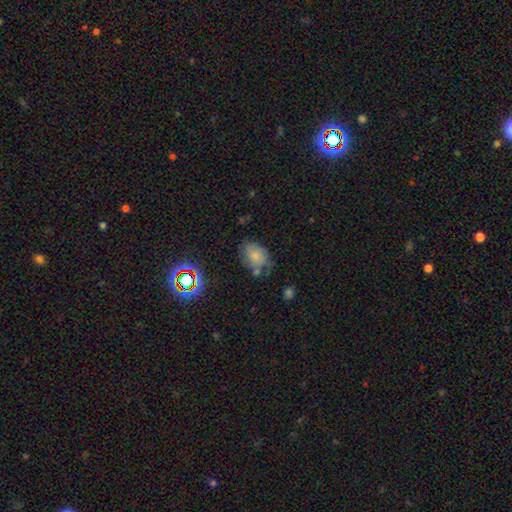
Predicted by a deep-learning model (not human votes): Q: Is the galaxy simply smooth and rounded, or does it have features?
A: smooth — 69%.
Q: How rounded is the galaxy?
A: in between — 77%.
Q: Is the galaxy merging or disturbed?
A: none — 50%.